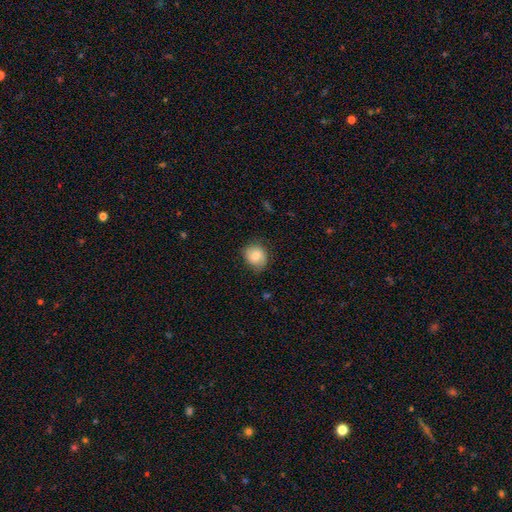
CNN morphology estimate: type=smooth (79%); roundness=round (72%); merging=none (74%).